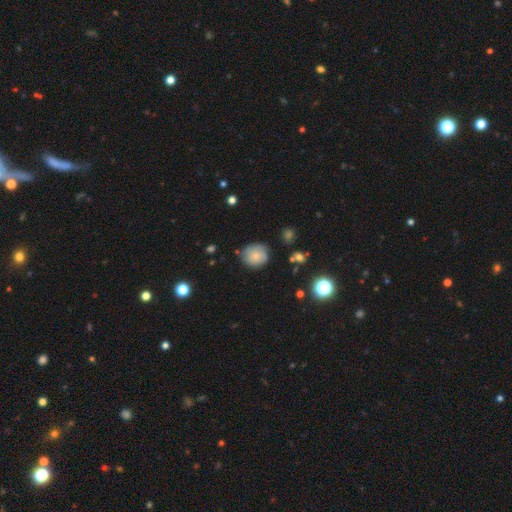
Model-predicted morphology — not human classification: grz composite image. It shows a smooth galaxy with no disk features (67%) that is round (82%). Merging: none (70%).